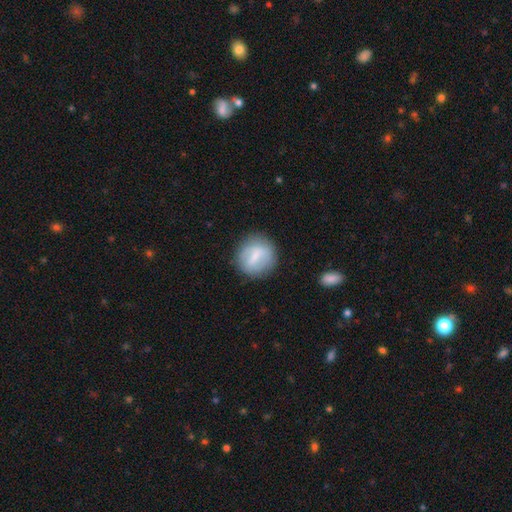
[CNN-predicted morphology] smooth_or_featured: smooth (p=0.59) [alt: featured or disk p=0.34]
how_rounded: round (p=0.82) [alt: in between p=0.16]
merging: none (p=0.78) [alt: minor disturbance p=0.15]